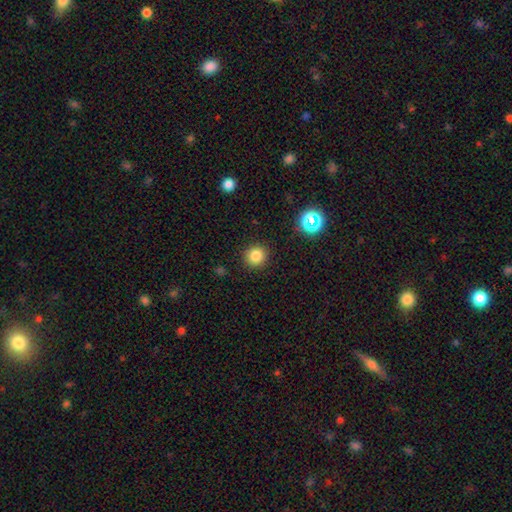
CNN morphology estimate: Smooth or featured? smooth (82%)
How rounded? round (89%)
Merging? none (90%)